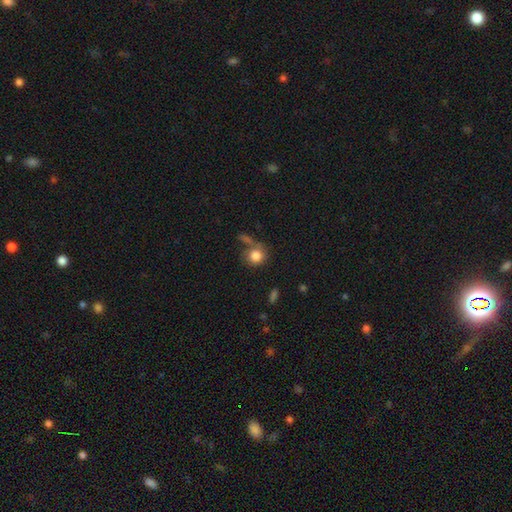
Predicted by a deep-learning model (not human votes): Smooth or featured: smooth — 83% (star or artifact — 9%)
How rounded: round — 83% (in between — 16%)
Merging: none — 55% (merger — 18%)